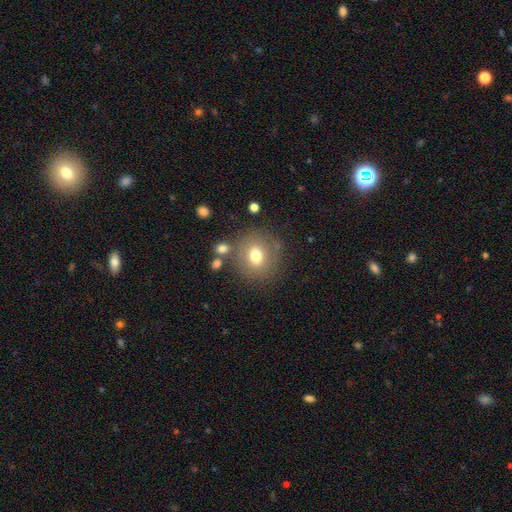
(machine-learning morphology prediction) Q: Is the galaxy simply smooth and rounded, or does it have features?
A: smooth — 71%.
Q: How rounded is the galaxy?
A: round — 81%.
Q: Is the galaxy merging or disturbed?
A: none — 76%.